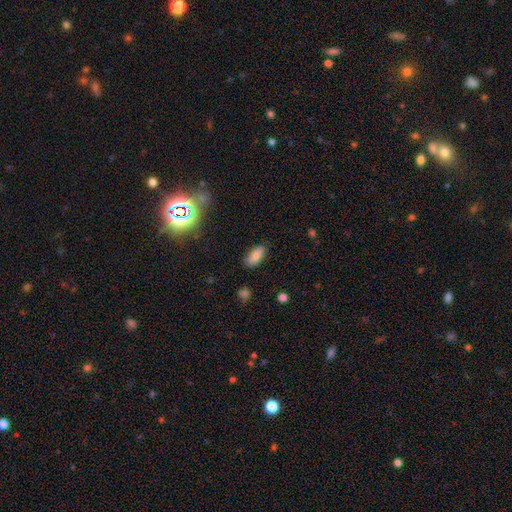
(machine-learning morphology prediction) Q: Smooth or featured?
A: smooth (79%); runner-up: featured or disk (11%)
Q: How rounded?
A: in between (88%); runner-up: cigar-shaped (9%)
Q: Merging?
A: none (84%); runner-up: minor disturbance (12%)